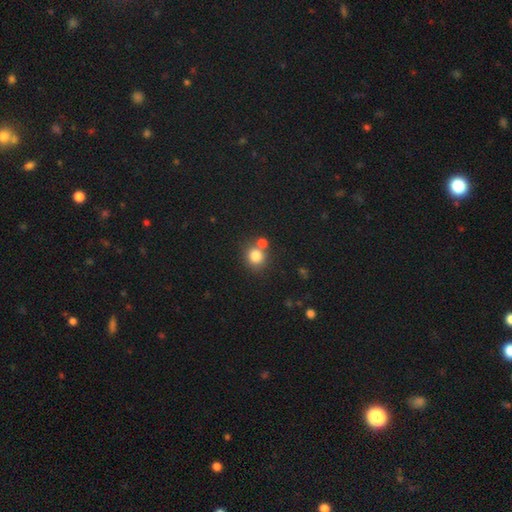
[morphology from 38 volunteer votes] smooth_or_featured: smooth (p=0.82) [alt: featured or disk p=0.11]
how_rounded: round (p=0.87) [alt: in between p=0.13]
merging: none (p=0.63) [alt: merger p=0.26]